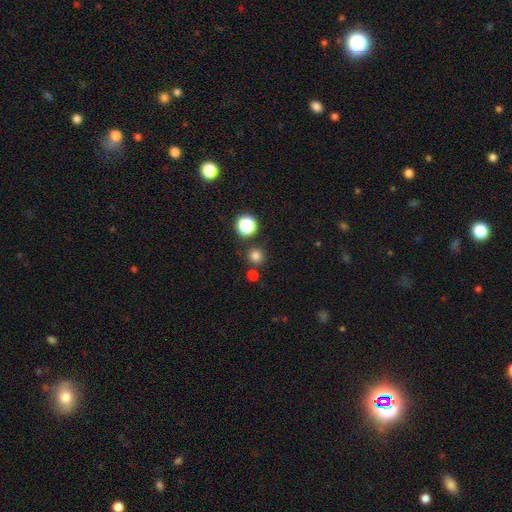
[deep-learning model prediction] smooth 77%, star or artifact 18%, featured or disk 5%. Down the decision tree: how rounded — round (94%); merging — none (82%).